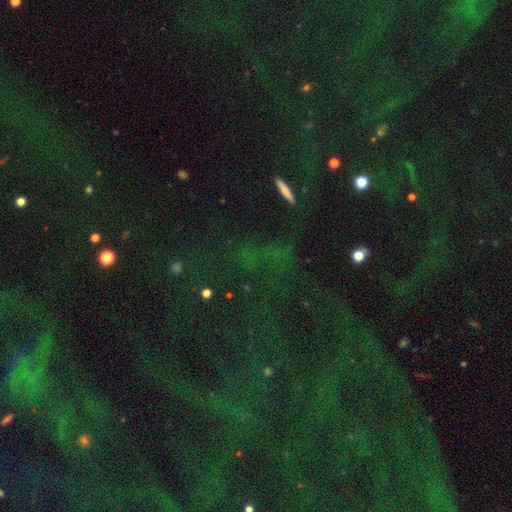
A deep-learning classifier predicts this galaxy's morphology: This is likely a star or artifact rather than a galaxy (71%).